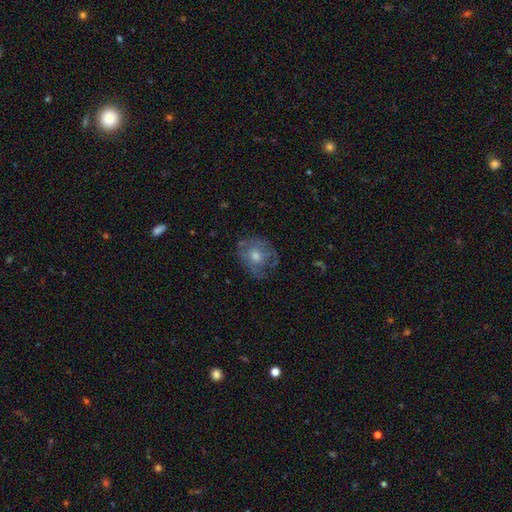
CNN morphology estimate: Smooth or featured: featured or disk — 51% (smooth — 37%)
Edge-on disk: no — 96% (yes — 4%)
Merging: none — 66% (minor disturbance — 22%)